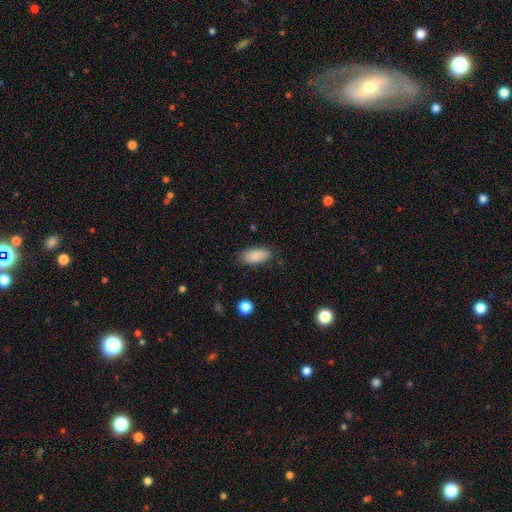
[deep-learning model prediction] Q: Smooth or featured?
A: smooth (88%); runner-up: star or artifact (7%)
Q: How rounded?
A: in between (90%); runner-up: cigar-shaped (8%)
Q: Merging?
A: none (84%); runner-up: minor disturbance (12%)